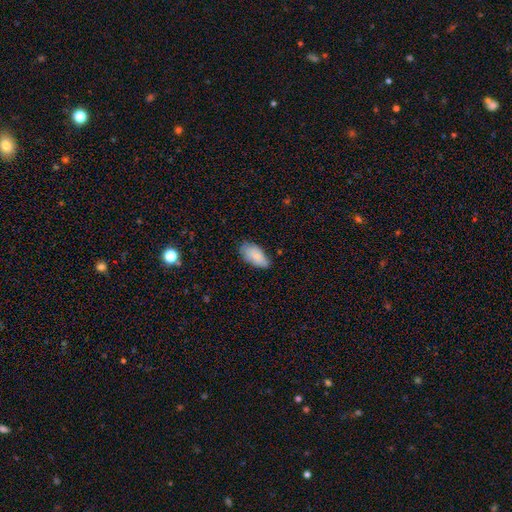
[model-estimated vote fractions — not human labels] smooth-or-featured: smooth: 85% | featured or disk: 8% | star or artifact: 7%
  how-rounded: in between: 93% | cigar-shaped: 5% | round: 2%
  merging: none: 68% | minor disturbance: 26% | major disturbance: 4% | merger: 2%